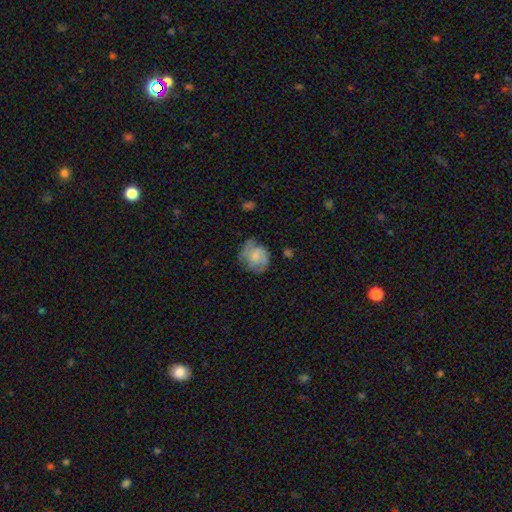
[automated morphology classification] Smooth or featured?
  - smooth: 58% *
  - featured or disk: 34%
  - star or artifact: 8%
How rounded?
  - round: 71% *
  - in between: 28%
  - cigar-shaped: 1%
Merging?
  - none: 48% *
  - minor disturbance: 31%
  - major disturbance: 18%
  - merger: 2%